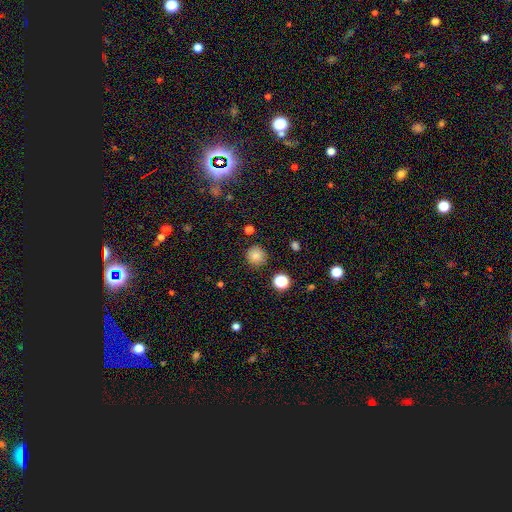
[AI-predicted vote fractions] smooth_or_featured: smooth (p=0.79) [alt: star or artifact p=0.14]
how_rounded: round (p=0.94) [alt: in between p=0.05]
merging: none (p=0.86) [alt: minor disturbance p=0.09]